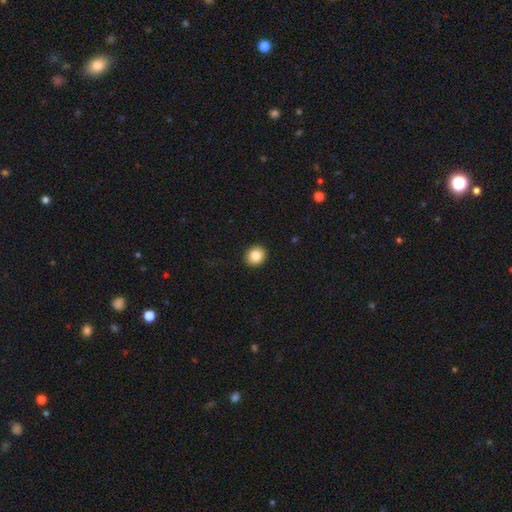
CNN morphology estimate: Overall: smooth (85%). How rounded: round (70%). Merging: none (92%).